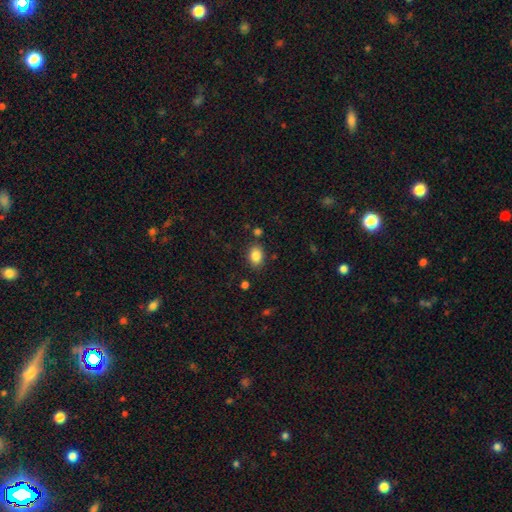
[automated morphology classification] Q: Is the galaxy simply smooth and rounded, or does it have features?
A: smooth — 85%.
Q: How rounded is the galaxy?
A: in between — 75%.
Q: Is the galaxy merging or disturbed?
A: none — 83%.